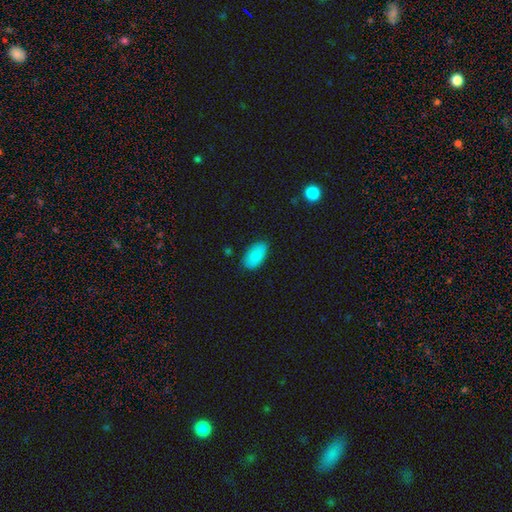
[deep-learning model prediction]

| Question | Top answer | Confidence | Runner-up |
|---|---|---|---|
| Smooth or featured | smooth | 87% | star or artifact (7%) |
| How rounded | in between | 94% | round (3%) |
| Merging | none | 81% | minor disturbance (15%) |